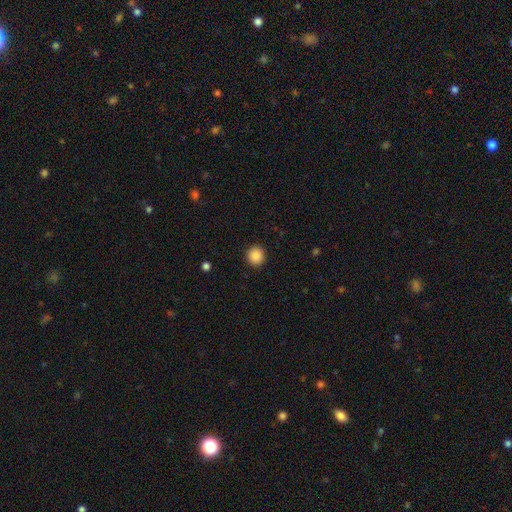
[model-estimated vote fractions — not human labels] A smooth galaxy with no disk features (89%) that is round (92%).

Vote fractions:
- Smooth or featured? smooth: 89% / star or artifact: 9% / featured or disk: 2%
- How rounded? round: 92% / in between: 7% / cigar-shaped: 1%
- Merging? none: 92% / minor disturbance: 5% / major disturbance: 2% / merger: 1%